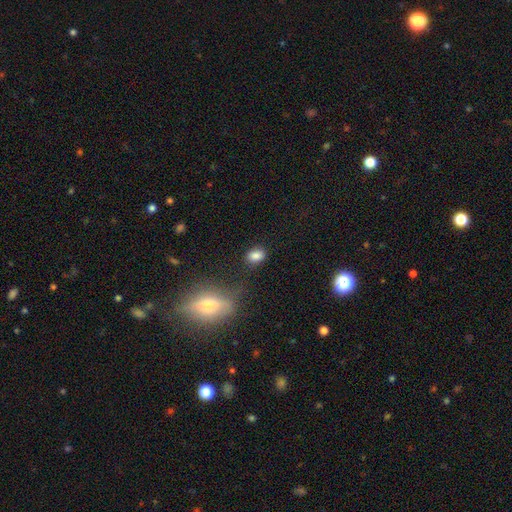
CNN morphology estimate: A smooth galaxy with no disk features (83%) that is in between round and cigar-shaped (75%). Merging: none (77%).